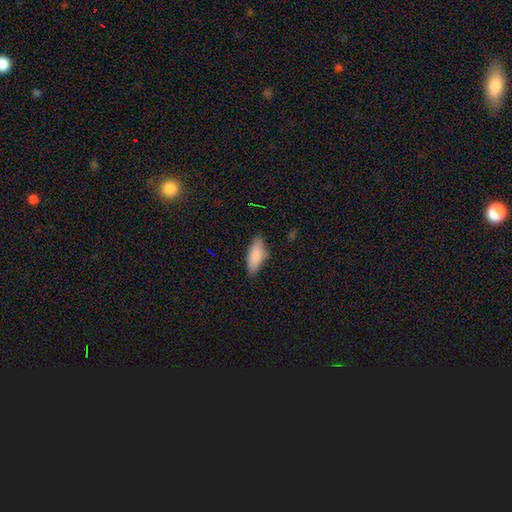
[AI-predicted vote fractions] smooth 85%, featured or disk 8%, star or artifact 6%. Down the decision tree: how rounded — in between (78%); merging — none (74%).